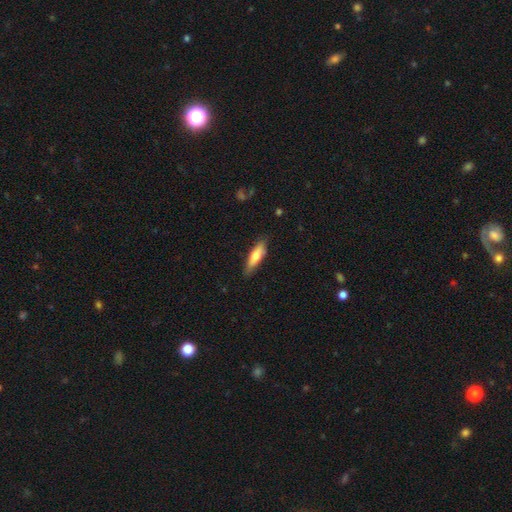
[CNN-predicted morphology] smooth-or-featured: smooth: 68% | featured or disk: 27% | star or artifact: 6%
  how-rounded: cigar-shaped: 66% | in between: 33% | round: 2%
  merging: none: 82% | minor disturbance: 15% | major disturbance: 3% | merger: 1%